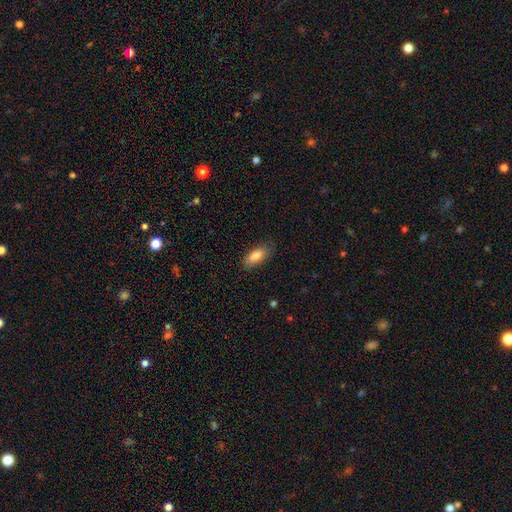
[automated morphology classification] smooth_or_featured: smooth (p=0.85) [alt: featured or disk p=0.08]
how_rounded: in between (p=0.81) [alt: cigar-shaped p=0.17]
merging: none (p=0.81) [alt: minor disturbance p=0.15]